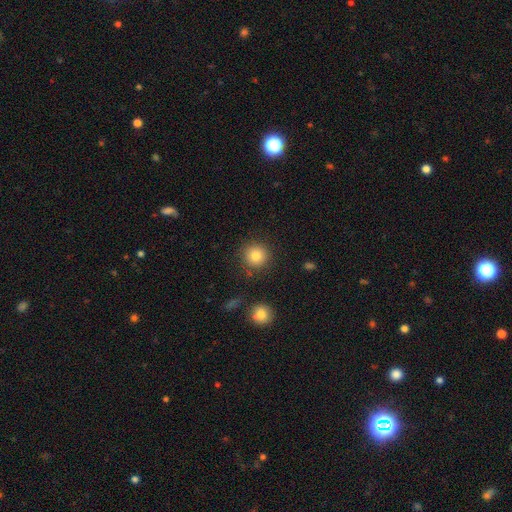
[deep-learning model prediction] smooth_or_featured: smooth (p=0.83) [alt: star or artifact p=0.10]
how_rounded: round (p=0.93) [alt: in between p=0.06]
merging: none (p=0.87) [alt: minor disturbance p=0.07]